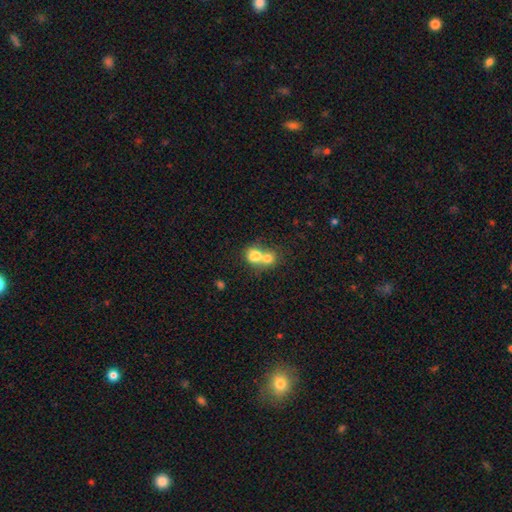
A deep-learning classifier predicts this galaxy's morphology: Smooth or featured? smooth (73%)
How rounded? round (61%)
Merging? merger (72%)